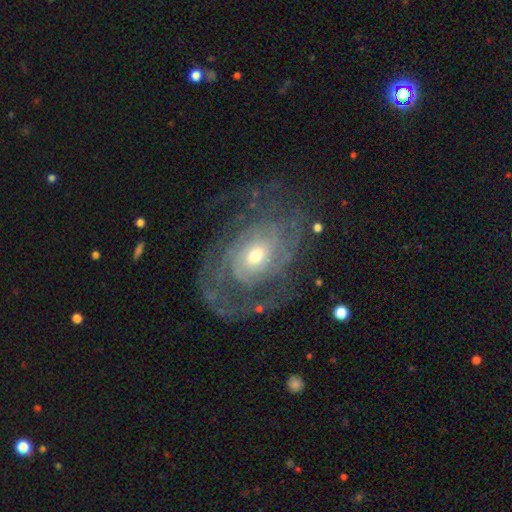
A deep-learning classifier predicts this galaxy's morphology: Q: Smooth or featured?
A: featured or disk (86%); runner-up: smooth (8%)
Q: Edge-on disk?
A: no (96%); runner-up: yes (4%)
Q: Bar?
A: no (71%); runner-up: weak (23%)
Q: Spiral arms?
A: yes (92%); runner-up: no (8%)
Q: Spiral winding?
A: tight (63%); runner-up: medium (28%)
Q: Spiral arm count?
A: can't tell (36%); runner-up: 2 (29%)
Q: Bulge size?
A: moderate (49%); runner-up: small (45%)
Q: Merging?
A: none (67%); runner-up: minor disturbance (16%)